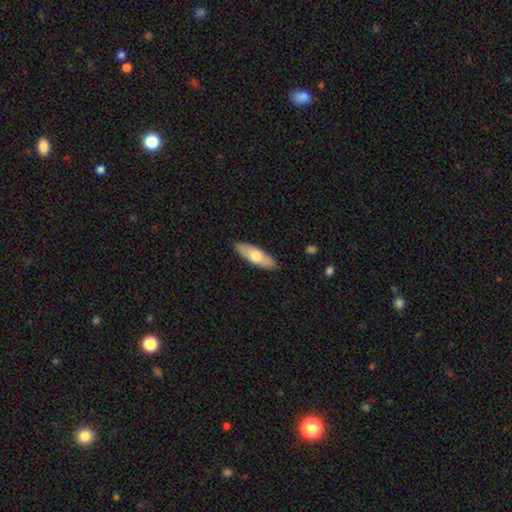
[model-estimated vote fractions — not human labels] This appears to be a smooth galaxy with no disk features (64%) that is in between round and cigar-shaped (55%). Merging: none (89%).